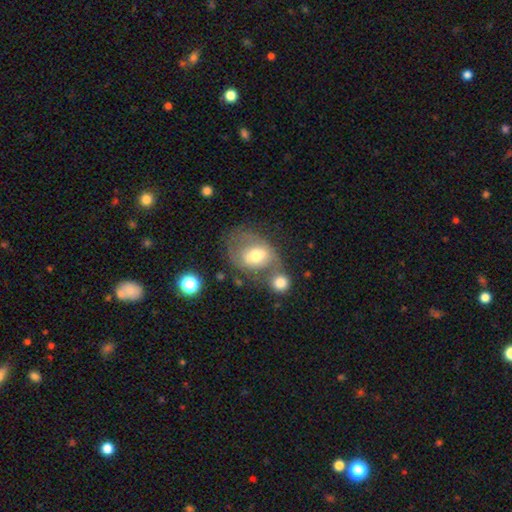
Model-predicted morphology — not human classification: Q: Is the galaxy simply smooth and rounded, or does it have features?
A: smooth — 47%.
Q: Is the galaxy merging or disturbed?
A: merger — 38%.